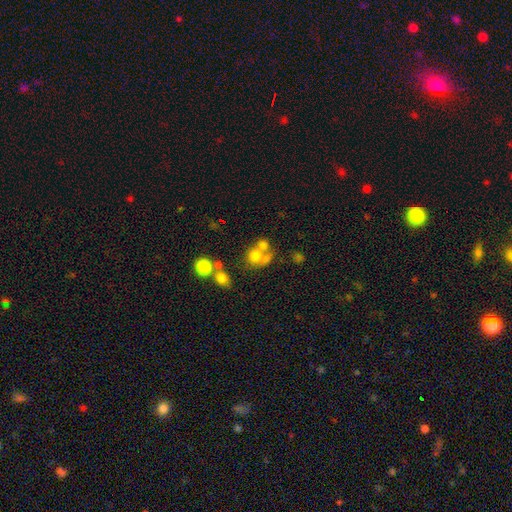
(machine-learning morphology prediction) A smooth galaxy with no disk features (66%) that is round (76%).

Vote fractions:
- Smooth or featured? smooth: 66% / featured or disk: 18% / star or artifact: 16%
- How rounded? round: 76% / in between: 23% / cigar-shaped: 1%
- Merging? merger: 45% / none: 38% / minor disturbance: 10% / major disturbance: 8%